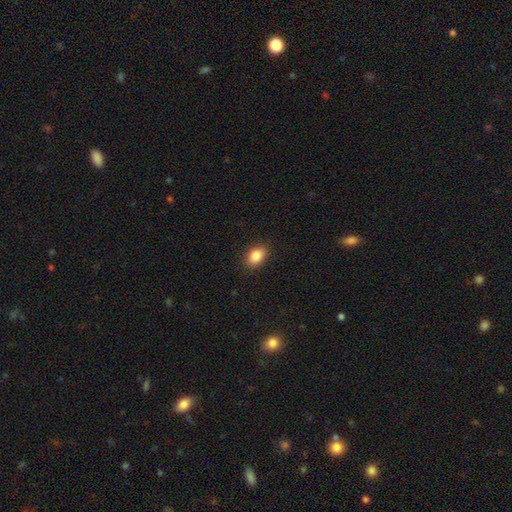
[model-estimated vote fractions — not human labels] This is clearly a smooth galaxy (86%). How rounded: clearly in between (83%). Merging: clearly none (89%).